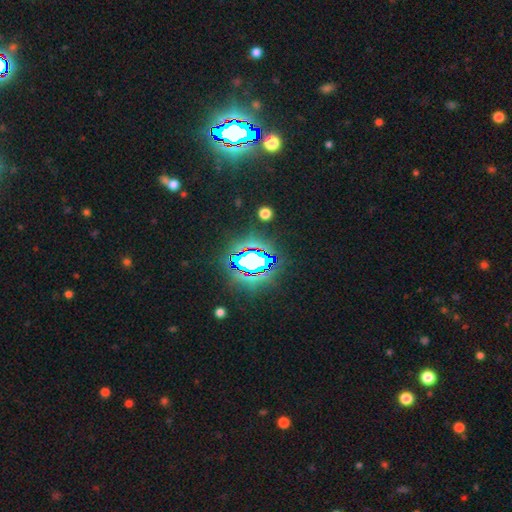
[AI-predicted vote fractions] Overall: star or artifact (74%).